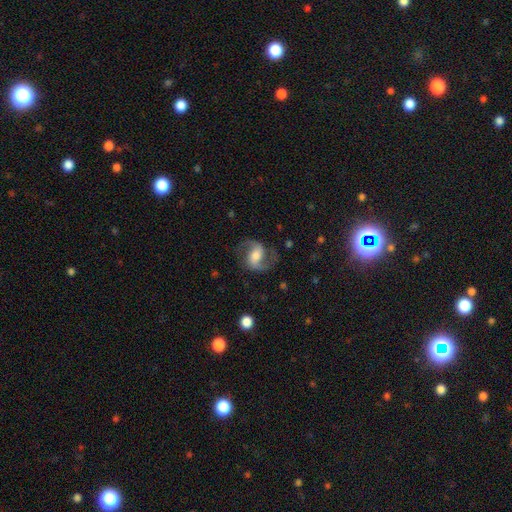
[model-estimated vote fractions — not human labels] This appears to be a featured or disk galaxy (84%) with a weak bar (43%), 2 (93%) medium (53%) spiral arms (96%) and a moderate central bulge (55%). Merging: none (78%).